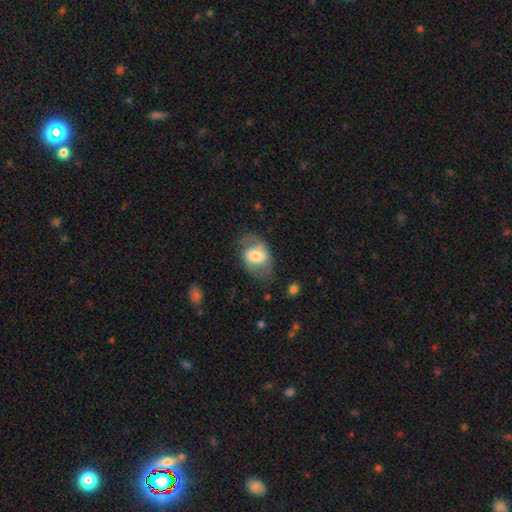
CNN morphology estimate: The model was most divided on "smooth or featured": featured or disk: 52%, smooth: 42%, star or artifact: 7%. More confident: edge-on disk — no (94%); merging — none (61%).